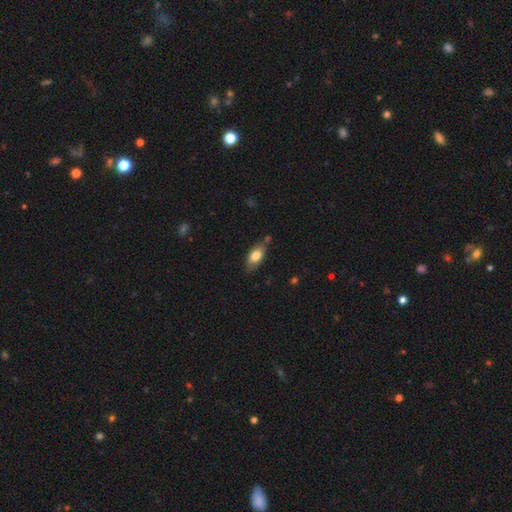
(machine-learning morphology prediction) A smooth galaxy with no disk features (79%) that is in between round and cigar-shaped (89%).

Vote fractions:
- Smooth or featured? smooth: 79% / featured or disk: 14% / star or artifact: 7%
- How rounded? in between: 89% / cigar-shaped: 6% / round: 4%
- Merging? none: 71% / minor disturbance: 20% / merger: 6% / major disturbance: 4%